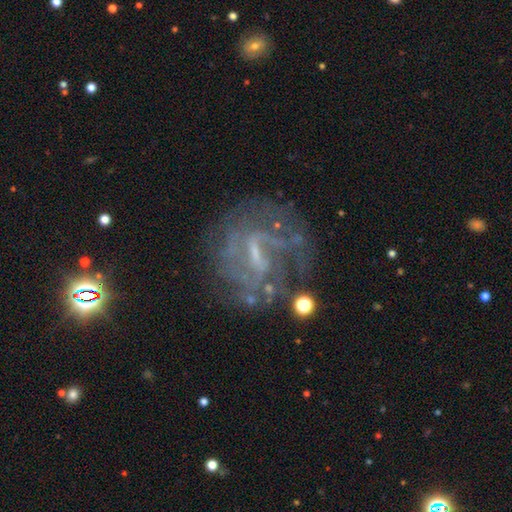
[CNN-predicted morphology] Overall: featured or disk (78%). Edge-on disk: no (96%). Bar: weak (47%; strong 35%). Spiral arms: yes (80%). Spiral arm count: can't tell (39%; 2 33%). Spiral winding: medium (41%; tight 38%). Bulge size: small (51%; none 29%). Merging: none (63%).